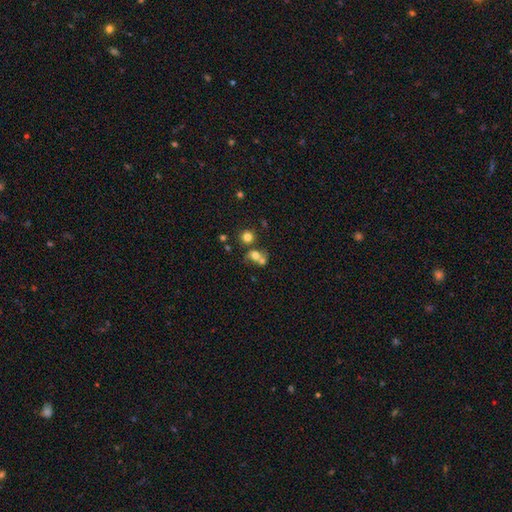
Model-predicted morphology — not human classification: Q: Smooth or featured?
A: smooth (68%); runner-up: featured or disk (18%)
Q: How rounded?
A: round (72%); runner-up: in between (27%)
Q: Merging?
A: merger (51%); runner-up: none (34%)